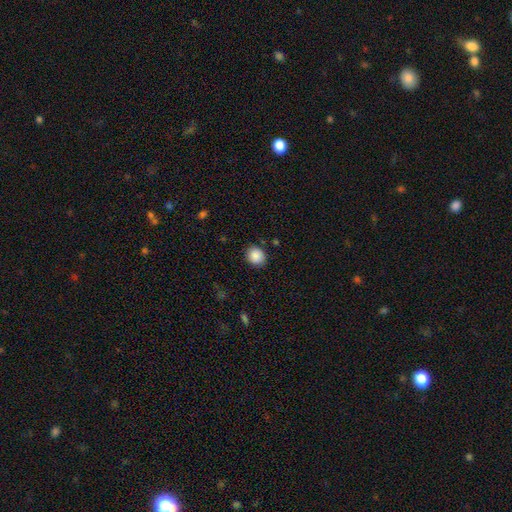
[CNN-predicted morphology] smooth 88%, star or artifact 8%, featured or disk 3%. Down the decision tree: how rounded — round (73%); merging — none (88%).